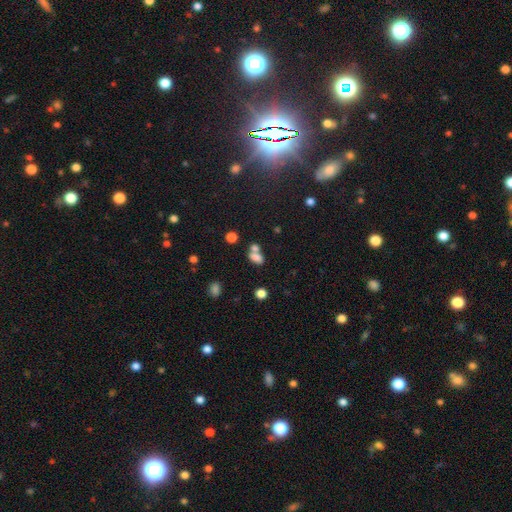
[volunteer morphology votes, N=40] A smooth galaxy with no disk features (85%) that is in between round and cigar-shaped (91%). Merging: merger (62%).